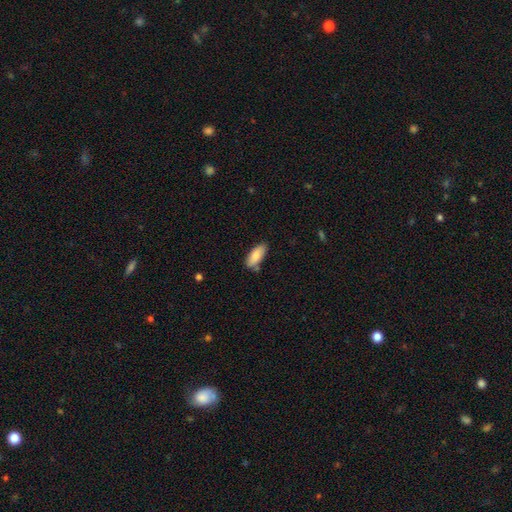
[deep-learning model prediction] smooth 84%, featured or disk 10%, star or artifact 6%. Down the decision tree: how rounded — in between (83%); merging — none (75%).